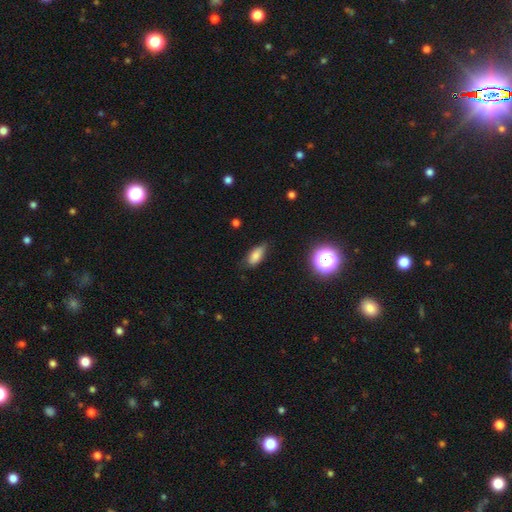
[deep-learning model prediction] Overall: smooth (79%). How rounded: in between (84%). Merging: none (65%; minor disturbance 28%).